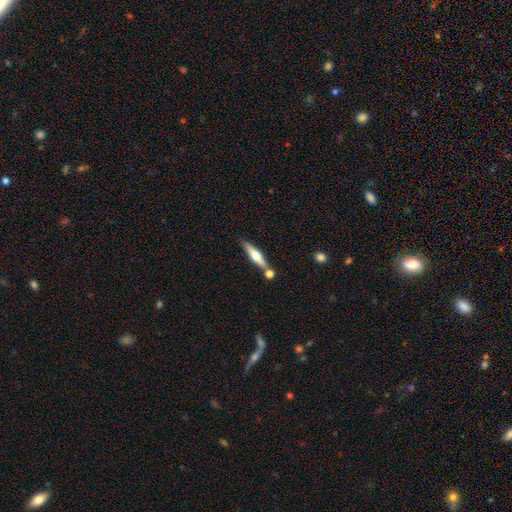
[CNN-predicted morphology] This appears to be a featured or disk galaxy (52%) viewed edge-on (94%). Merging: none (71%).